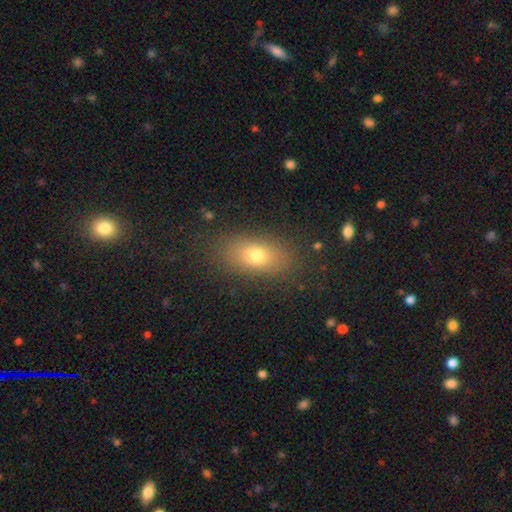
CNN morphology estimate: Smooth or featured: smooth — 74% (featured or disk — 15%)
How rounded: in between — 82% (round — 10%)
Merging: none — 84% (minor disturbance — 10%)